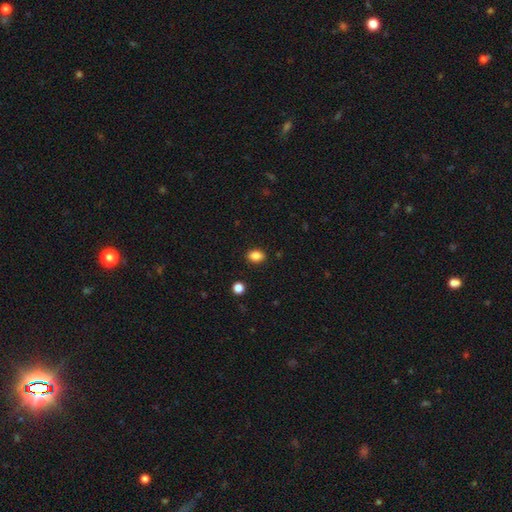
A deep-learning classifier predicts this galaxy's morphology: Q: Smooth or featured?
A: smooth (87%); runner-up: star or artifact (10%)
Q: How rounded?
A: in between (76%); runner-up: round (23%)
Q: Merging?
A: none (89%); runner-up: minor disturbance (8%)